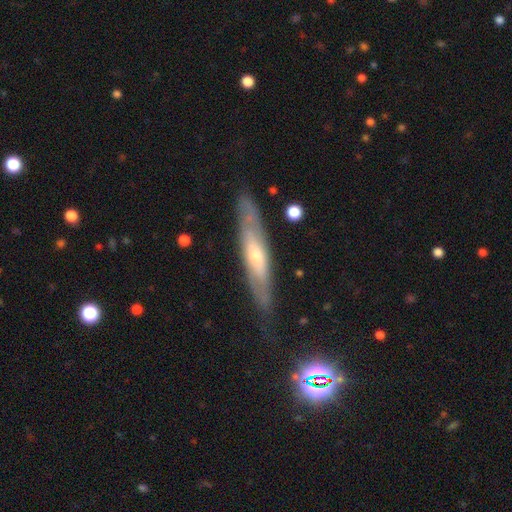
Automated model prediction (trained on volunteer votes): Q: Smooth or featured?
A: featured or disk (65%); runner-up: smooth (28%)
Q: Edge-on disk?
A: yes (67%); runner-up: no (33%)
Q: Merging?
A: none (80%); runner-up: minor disturbance (15%)